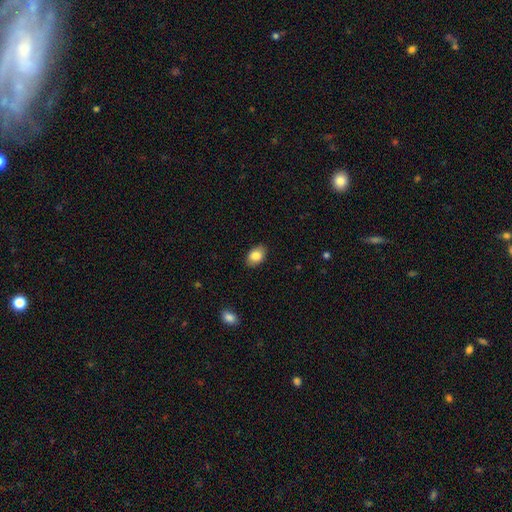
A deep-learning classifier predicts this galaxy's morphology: smooth-or-featured: smooth: 85% | featured or disk: 8% | star or artifact: 8%
  how-rounded: in between: 85% | round: 13% | cigar-shaped: 1%
  merging: none: 86% | minor disturbance: 11% | major disturbance: 2% | merger: 1%